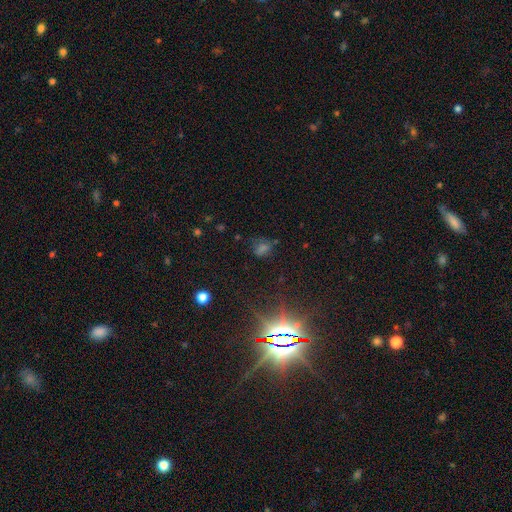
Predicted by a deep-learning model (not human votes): Smooth or featured? star or artifact (71%)